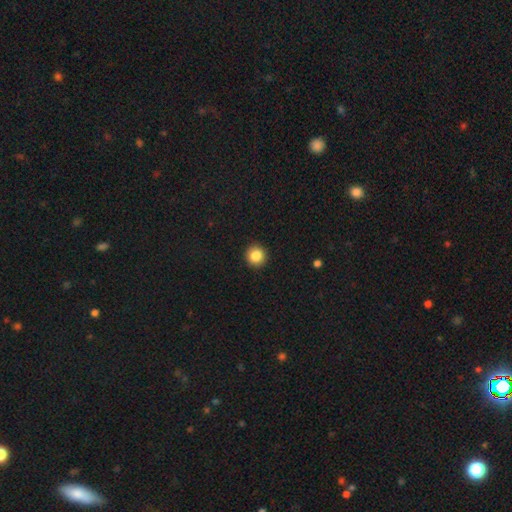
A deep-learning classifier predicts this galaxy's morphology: type=smooth (85%); roundness=round (95%); merging=none (93%).